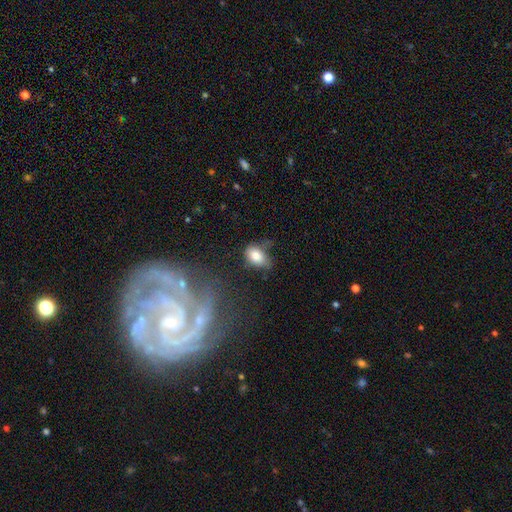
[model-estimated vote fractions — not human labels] Smooth or featured? Predicted: smooth (p=0.80). How rounded? Predicted: in between (p=0.84). Merging? Predicted: none (p=0.42).